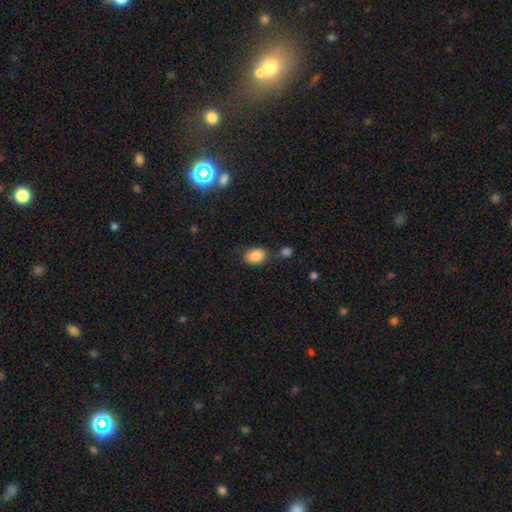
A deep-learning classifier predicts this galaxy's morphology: A smooth galaxy with no disk features (86%) that is in between round and cigar-shaped (78%).

Vote fractions:
- Smooth or featured? smooth: 86% / star or artifact: 8% / featured or disk: 6%
- How rounded? in between: 78% / round: 21% / cigar-shaped: 1%
- Merging? none: 71% / minor disturbance: 15% / merger: 9% / major disturbance: 4%